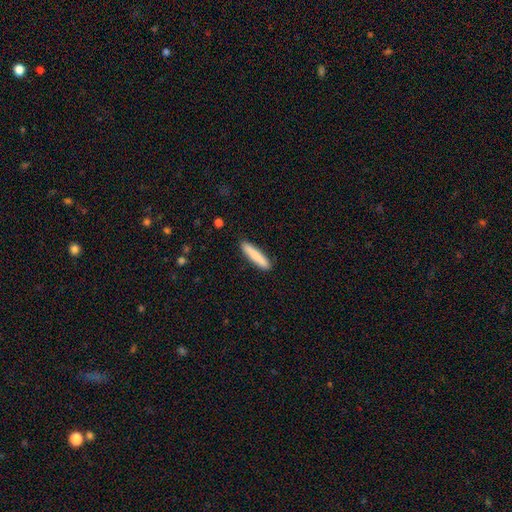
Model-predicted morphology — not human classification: The model was most divided on "smooth or featured": smooth: 83%, featured or disk: 12%, star or artifact: 5%. More confident: merging — none (90%); how rounded — cigar-shaped (88%).